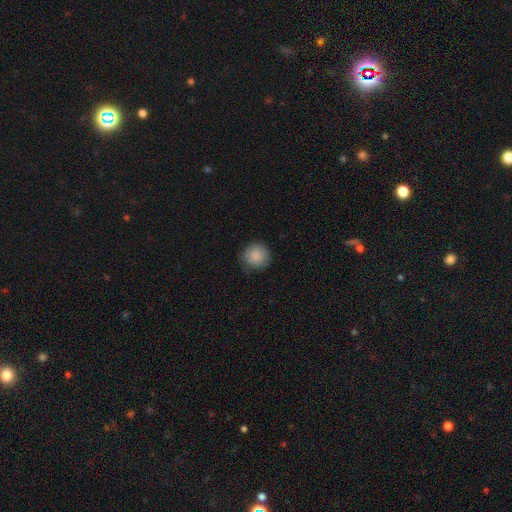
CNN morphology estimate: Q: Smooth or featured?
A: smooth (87%); runner-up: star or artifact (8%)
Q: How rounded?
A: round (91%); runner-up: in between (8%)
Q: Merging?
A: none (77%); runner-up: minor disturbance (18%)